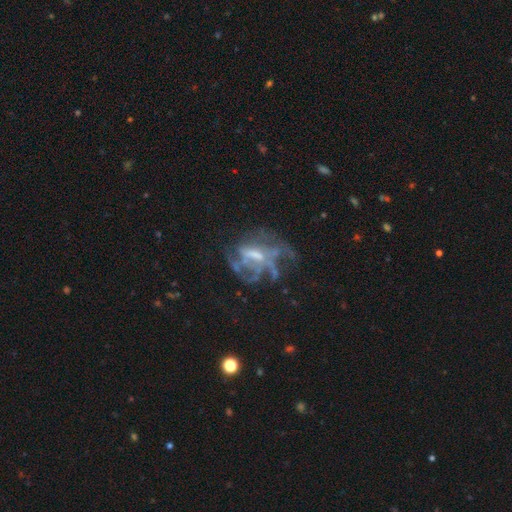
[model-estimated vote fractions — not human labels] Smooth or featured: featured or disk — 74% (star or artifact — 14%)
Edge-on disk: no — 96% (yes — 4%)
Bar: weak — 43% (no — 41%)
Spiral arms: yes — 62% (no — 38%)
Bulge size: moderate — 42% (small — 31%)
Merging: none — 42% (major disturbance — 36%)